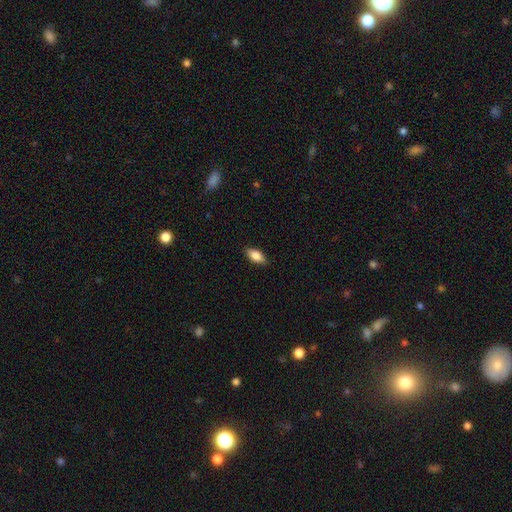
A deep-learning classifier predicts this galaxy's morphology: This appears to be a smooth galaxy with no disk features (83%) that is in between round and cigar-shaped (87%). Merging: none (87%).